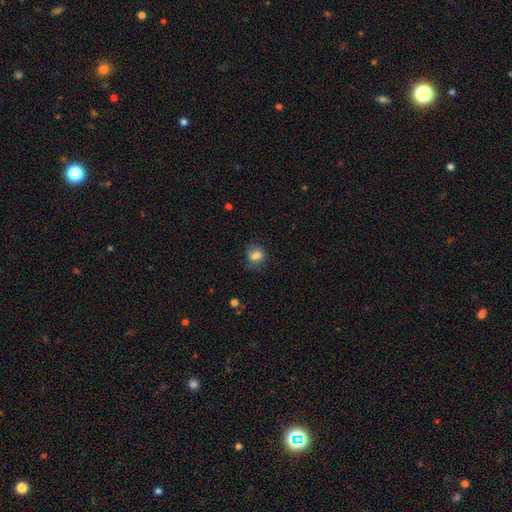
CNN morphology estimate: The model was most divided on "how rounded": round: 54%, in between: 45%, cigar-shaped: 1%. More confident: smooth or featured — smooth (80%); merging — none (73%).